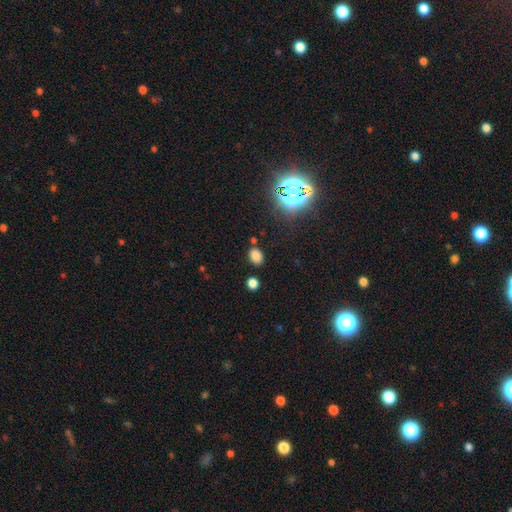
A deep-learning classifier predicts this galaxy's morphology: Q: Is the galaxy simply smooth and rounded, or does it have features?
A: smooth — 76%.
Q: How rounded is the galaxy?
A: in between — 72%.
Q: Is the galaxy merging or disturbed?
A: none — 80%.